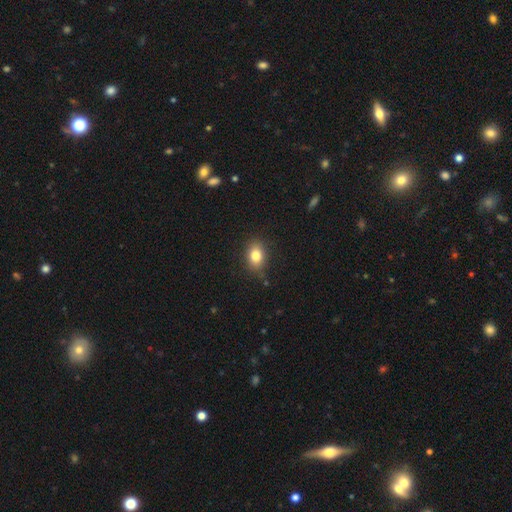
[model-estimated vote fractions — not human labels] Overall: smooth (82%). How rounded: in between (69%; round 30%). Merging: none (84%).